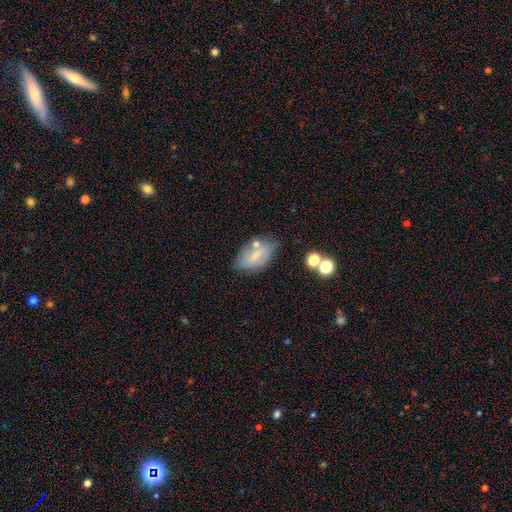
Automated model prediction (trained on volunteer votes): A smooth galaxy with no disk features (60%) that is in between round and cigar-shaped (91%). Merging: none (61%).